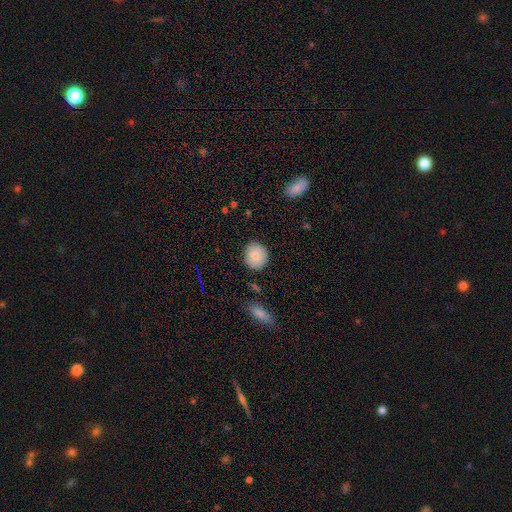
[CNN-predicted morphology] smooth 83%, featured or disk 10%, star or artifact 7%. Down the decision tree: how rounded — round (84%); merging — none (86%).